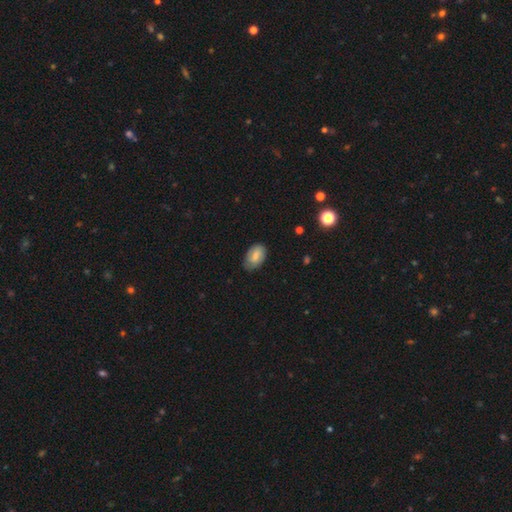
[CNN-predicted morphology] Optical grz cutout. It shows a smooth galaxy with no disk features (71%) that is in between round and cigar-shaped (90%). Merging: none (70%).